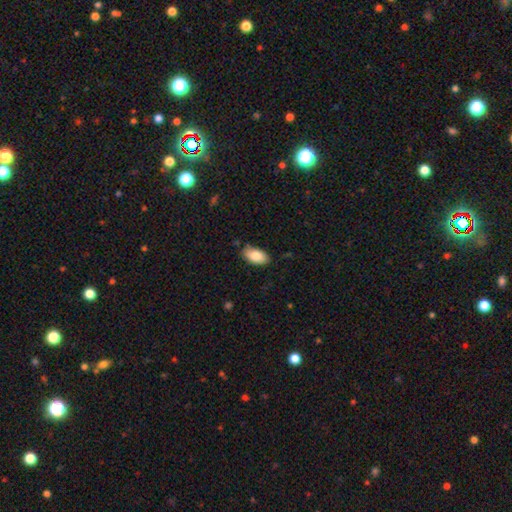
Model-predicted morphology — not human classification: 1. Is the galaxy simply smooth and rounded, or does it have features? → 85% smooth, 8% featured or disk, 7% star or artifact.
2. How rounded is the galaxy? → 94% in between, 3% round, 2% cigar-shaped.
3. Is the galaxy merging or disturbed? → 80% none, 16% minor disturbance, 2% major disturbance, 2% merger.